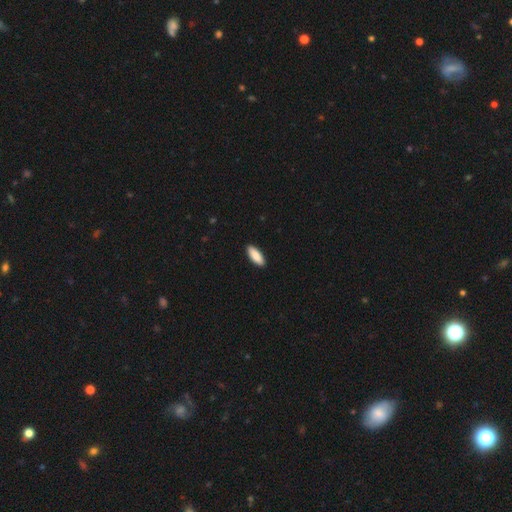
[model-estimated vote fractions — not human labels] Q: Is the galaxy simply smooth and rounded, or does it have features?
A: smooth — 89%.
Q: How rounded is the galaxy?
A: in between — 70%.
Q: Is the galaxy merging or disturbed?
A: none — 91%.